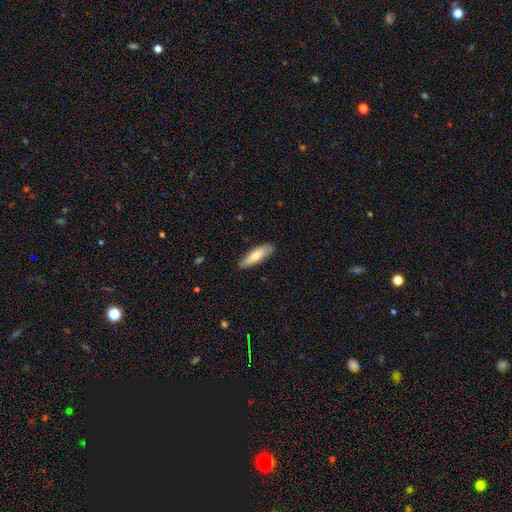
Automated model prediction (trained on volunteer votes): smooth_or_featured: smooth (p=0.67) [alt: featured or disk p=0.27]
how_rounded: cigar-shaped (p=0.56) [alt: in between p=0.42]
merging: none (p=0.84) [alt: minor disturbance p=0.12]